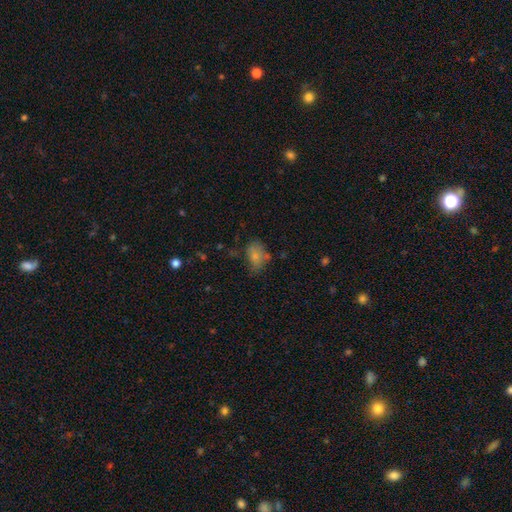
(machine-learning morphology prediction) This is likely a smooth galaxy (72%). How rounded: likely in between (77%). Merging: possibly none (45%).